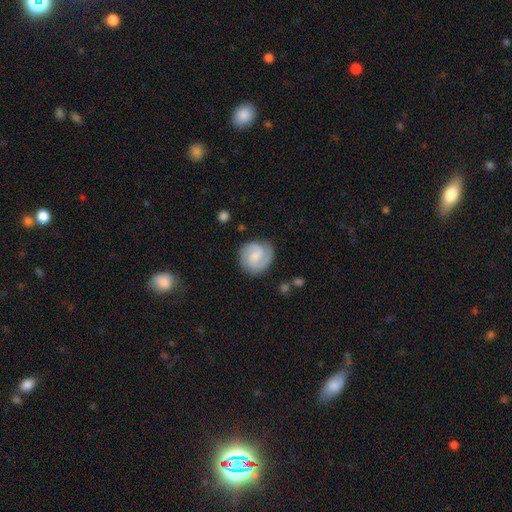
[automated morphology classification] smooth-or-featured: featured or disk: 72% | smooth: 23% | star or artifact: 6%
  disk-edge-on: no: 98% | yes: 2%
    bar: weak: 52% | no: 37% | strong: 10%
    has-spiral-arms: yes: 96% | no: 4%
      spiral-winding: medium: 47% | tight: 39% | loose: 15%
      spiral-arm-count: 2: 83% | can't tell: 6% | 3: 4% | 1: 4% | 4: 1% | more than 4: 1%
    bulge-size: small: 44% | moderate: 28% | none: 23% | large: 4% | dominant: 1%
  merging: none: 80% | minor disturbance: 14% | major disturbance: 5% | merger: 2%